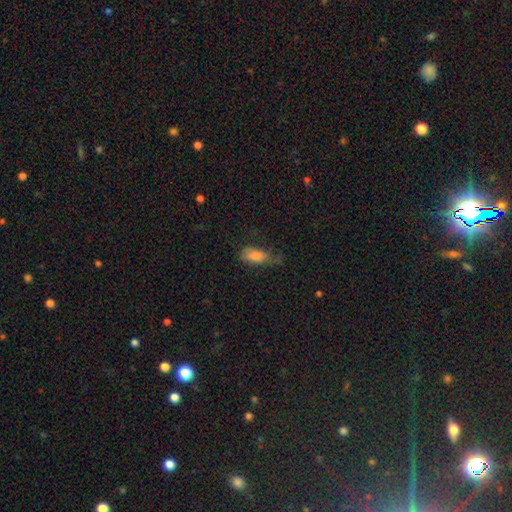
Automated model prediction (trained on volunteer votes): A smooth galaxy with no disk features (77%) that is in between round and cigar-shaped (81%).

Vote fractions:
- Smooth or featured? smooth: 77% / featured or disk: 14% / star or artifact: 9%
- How rounded? in between: 81% / cigar-shaped: 16% / round: 3%
- Merging? none: 44% / minor disturbance: 36% / major disturbance: 18% / merger: 3%